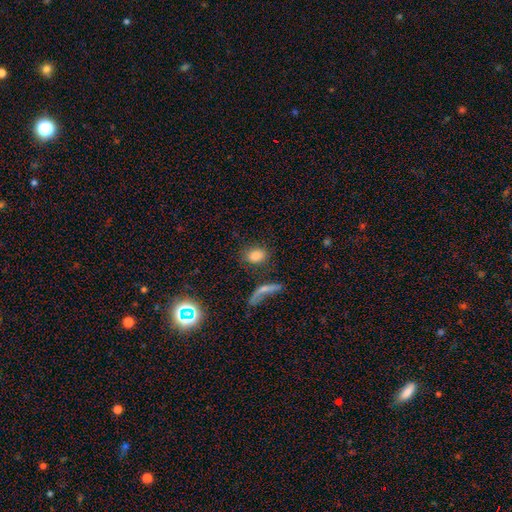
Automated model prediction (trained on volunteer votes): smooth 83%, star or artifact 10%, featured or disk 8%. Down the decision tree: how rounded — in between (69%); merging — none (72%).